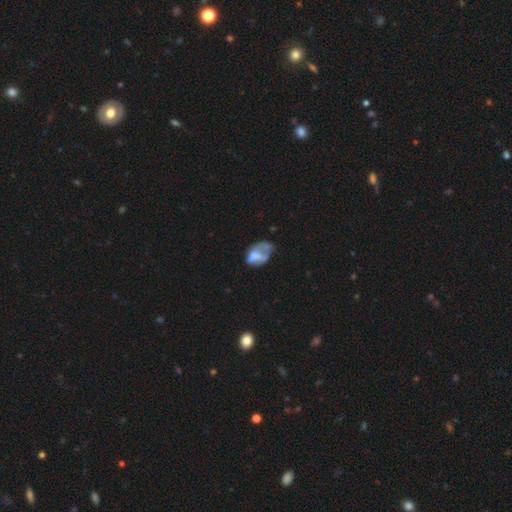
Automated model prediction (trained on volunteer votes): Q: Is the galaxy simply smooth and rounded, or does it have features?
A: smooth — 50%.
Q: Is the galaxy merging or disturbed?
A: major disturbance — 35%.